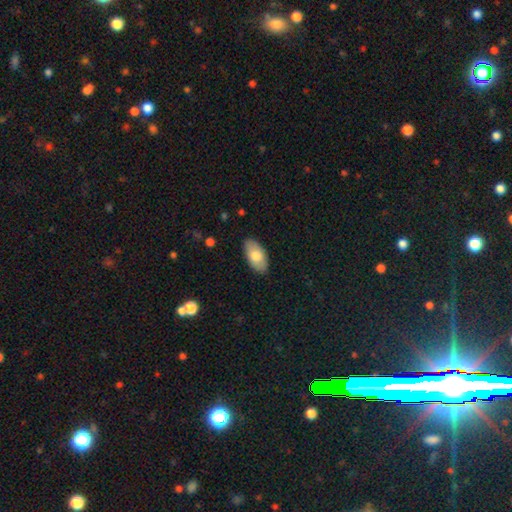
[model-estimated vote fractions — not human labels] Smooth or featured: smooth — 76% (featured or disk — 18%)
How rounded: in between — 95% (round — 3%)
Merging: none — 87% (minor disturbance — 10%)